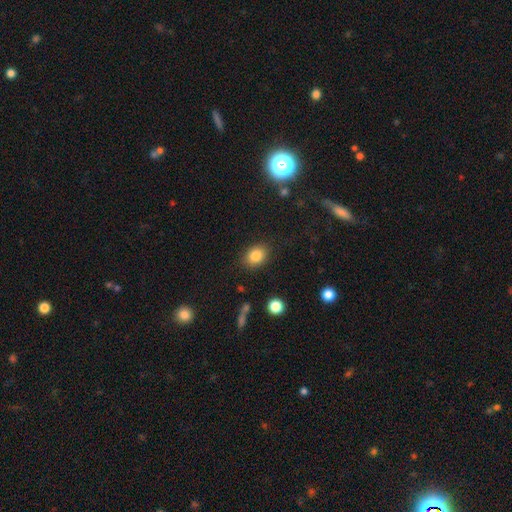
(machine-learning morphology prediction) Overall: smooth (84%). How rounded: in between (58%; round 41%). Merging: none (86%).